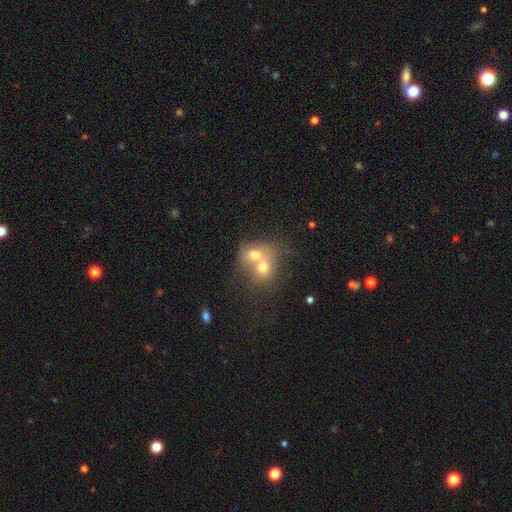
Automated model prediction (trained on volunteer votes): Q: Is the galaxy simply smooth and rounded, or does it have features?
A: smooth — 59%.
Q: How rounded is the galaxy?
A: round — 65%.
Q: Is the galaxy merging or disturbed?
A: merger — 72%.